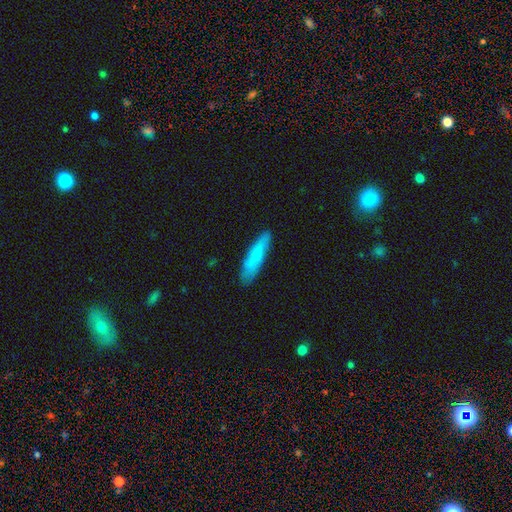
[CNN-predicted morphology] The model was most divided on "smooth or featured": smooth: 76%, featured or disk: 18%, star or artifact: 6%. More confident: merging — none (83%); how rounded — cigar-shaped (80%).